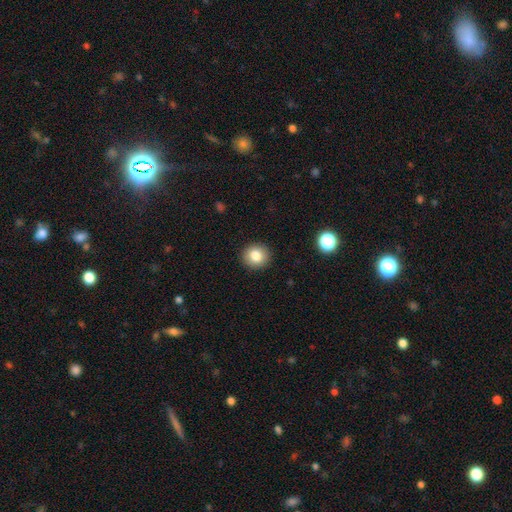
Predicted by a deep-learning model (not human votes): Overall: smooth (82%). How rounded: round (90%). Merging: none (92%).